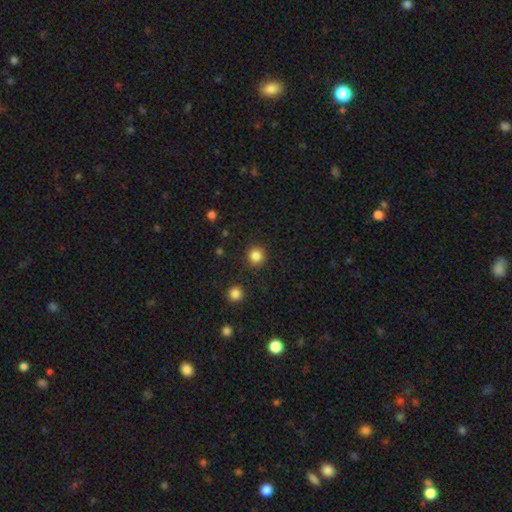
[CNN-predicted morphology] A smooth galaxy with no disk features (85%) that is round (94%). Merging: none (90%).